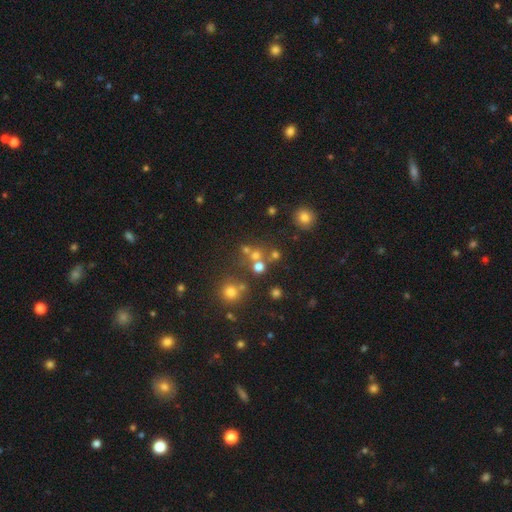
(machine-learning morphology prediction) Smooth or featured?
  - smooth: 59% *
  - star or artifact: 28%
  - featured or disk: 13%
How rounded?
  - round: 88% *
  - in between: 10%
  - cigar-shaped: 1%
Merging?
  - none: 60% *
  - merger: 27%
  - minor disturbance: 8%
  - major disturbance: 5%